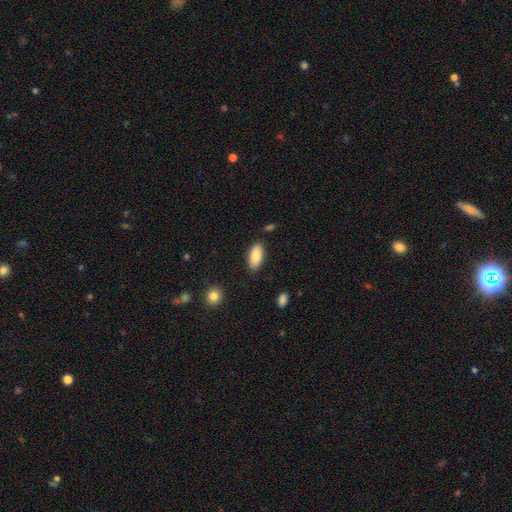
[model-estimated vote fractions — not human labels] This appears to be a smooth galaxy with no disk features (87%) that is in between round and cigar-shaped (89%). Merging: none (85%).